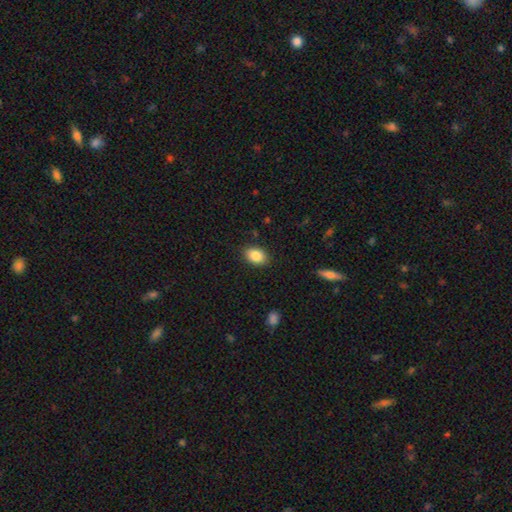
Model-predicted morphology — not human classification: Overall: smooth (87%). How rounded: in between (81%). Merging: none (87%).